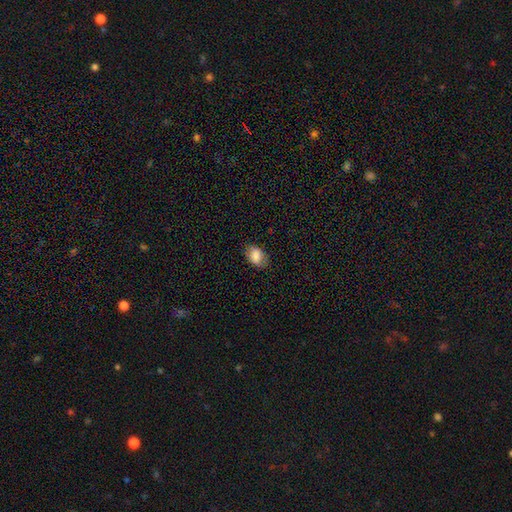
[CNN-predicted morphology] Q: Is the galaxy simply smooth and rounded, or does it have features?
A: smooth — 84%.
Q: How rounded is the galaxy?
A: in between — 85%.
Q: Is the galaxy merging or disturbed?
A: none — 82%.